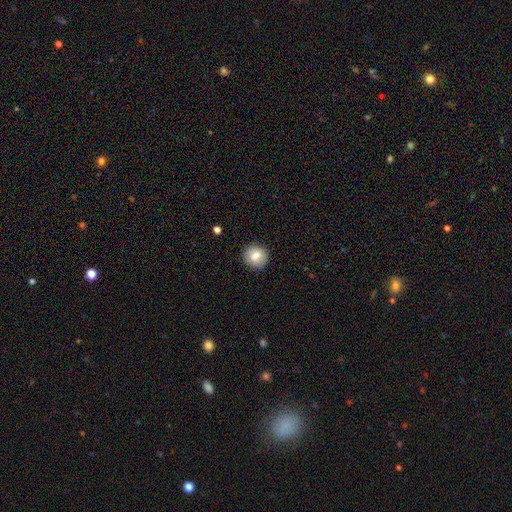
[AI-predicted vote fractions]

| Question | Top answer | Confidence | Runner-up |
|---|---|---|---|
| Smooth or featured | smooth | 79% | featured or disk (12%) |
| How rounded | round | 90% | in between (9%) |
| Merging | none | 87% | minor disturbance (10%) |